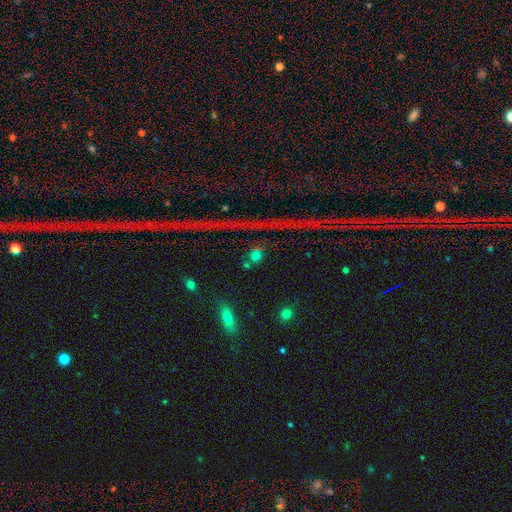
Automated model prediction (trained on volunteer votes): This appears to be a smooth galaxy with no disk features (57%) that is round (80%). Merging: none (73%).